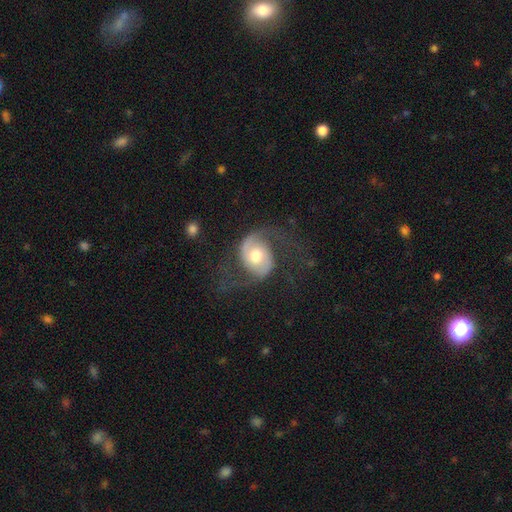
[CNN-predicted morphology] smooth-or-featured: featured or disk: 83% | smooth: 12% | star or artifact: 5%
  disk-edge-on: no: 98% | yes: 2%
    bar: no: 63% | weak: 28% | strong: 9%
    has-spiral-arms: yes: 94% | no: 6%
      spiral-winding: loose: 49% | medium: 39% | tight: 12%
      spiral-arm-count: 2: 90% | 1: 4% | can't tell: 3% | 3: 1% | 4: 1% | more than 4: 1%
    bulge-size: moderate: 69% | large: 19% | small: 8% | dominant: 2% | none: 1%
  merging: none: 62% | major disturbance: 20% | minor disturbance: 16% | merger: 2%